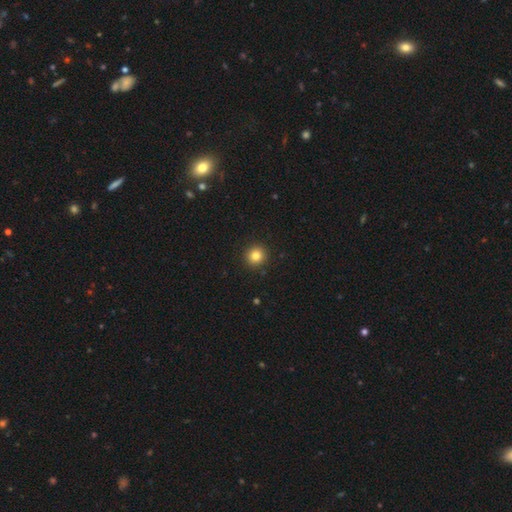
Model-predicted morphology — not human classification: A smooth galaxy with no disk features (84%) that is round (93%).

Vote fractions:
- Smooth or featured? smooth: 84% / star or artifact: 11% / featured or disk: 5%
- How rounded? round: 93% / in between: 6% / cigar-shaped: 1%
- Merging? none: 92% / minor disturbance: 5% / major disturbance: 2% / merger: 1%